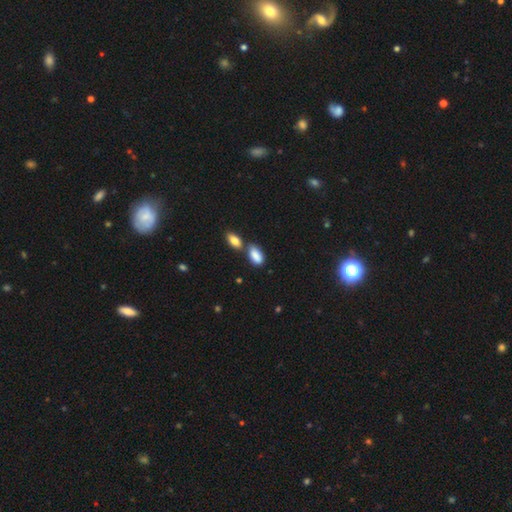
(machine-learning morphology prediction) A smooth galaxy with no disk features (86%) that is in between round and cigar-shaped (91%).

Vote fractions:
- Smooth or featured? smooth: 86% / star or artifact: 7% / featured or disk: 7%
- How rounded? in between: 91% / cigar-shaped: 5% / round: 4%
- Merging? none: 50% / merger: 31% / minor disturbance: 15% / major disturbance: 4%